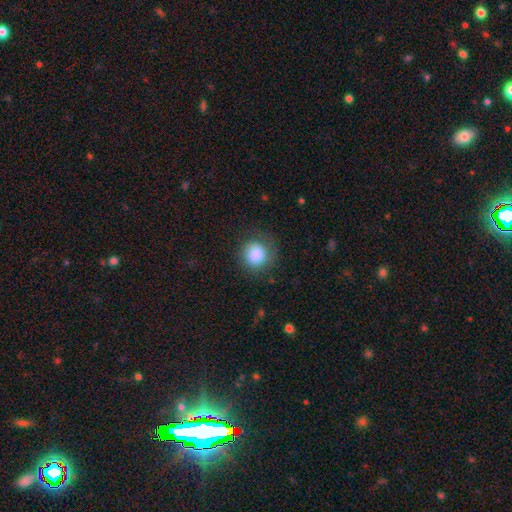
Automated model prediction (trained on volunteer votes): Smooth or featured? smooth (86%)
How rounded? round (87%)
Merging? none (77%)